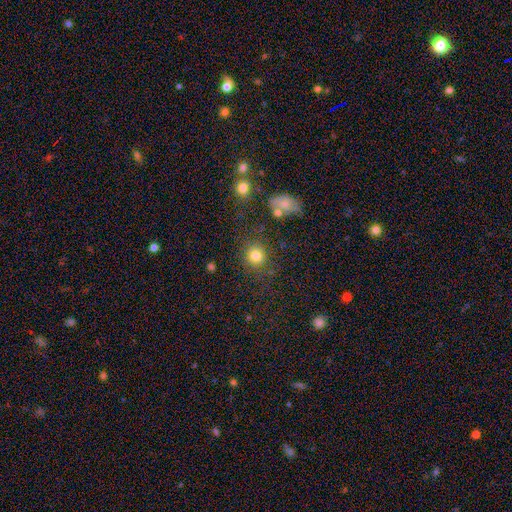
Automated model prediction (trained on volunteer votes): The model was most divided on "smooth or featured": smooth: 80%, star or artifact: 13%, featured or disk: 6%. More confident: how rounded — round (86%); merging — none (79%).